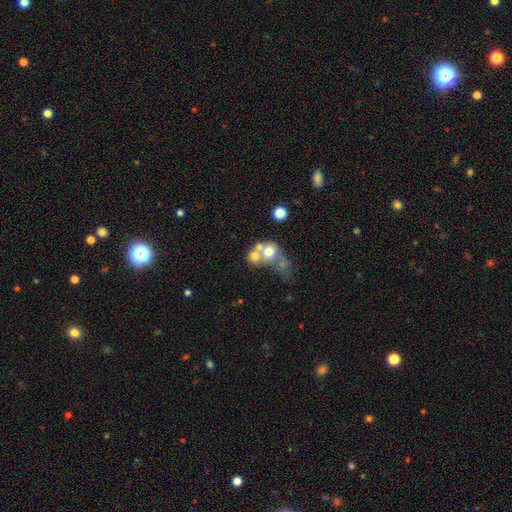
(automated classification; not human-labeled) smooth 58%, featured or disk 28%, star or artifact 14%. Down the decision tree: how rounded — round (71%); merging — merger (61%).